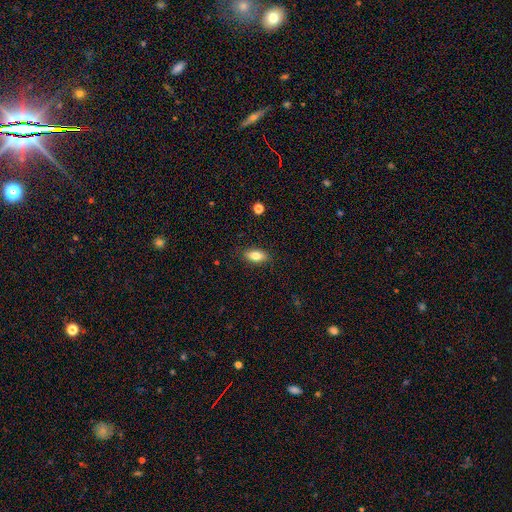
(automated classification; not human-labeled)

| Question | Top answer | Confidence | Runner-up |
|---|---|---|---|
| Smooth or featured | smooth | 81% | featured or disk (12%) |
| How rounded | in between | 87% | cigar-shaped (9%) |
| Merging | none | 86% | minor disturbance (10%) |